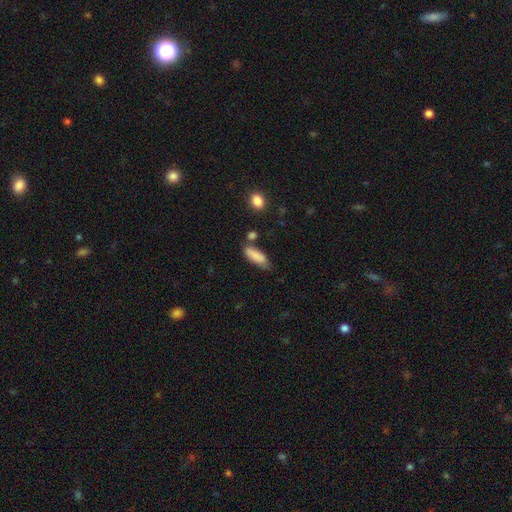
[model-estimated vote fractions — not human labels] The model was most divided on "how rounded": in between: 58%, cigar-shaped: 40%, round: 2%. More confident: smooth or featured — smooth (85%); merging — none (62%).